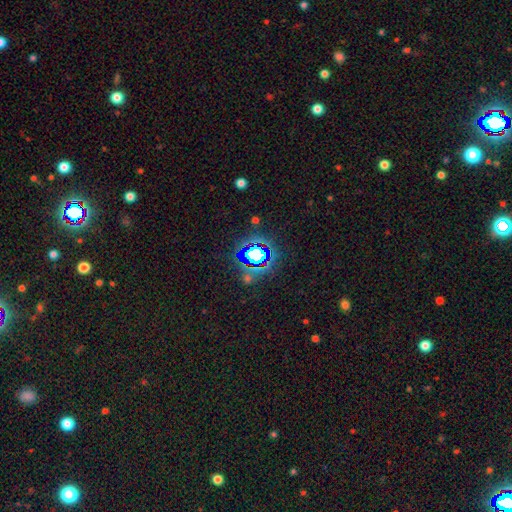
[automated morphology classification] This appears to be a star or artifact, not a galaxy (68%).